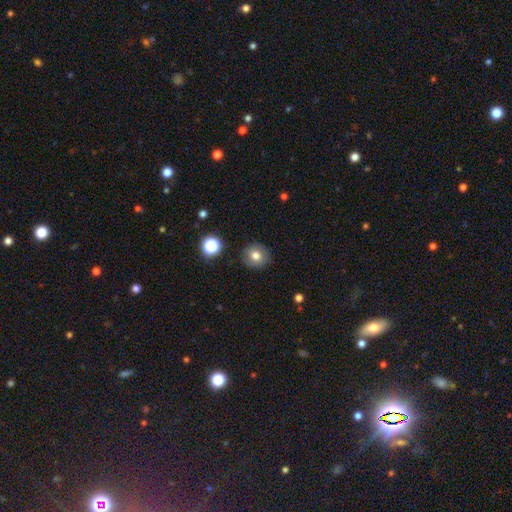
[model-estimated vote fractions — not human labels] Smooth or featured? smooth (77%)
How rounded? round (91%)
Merging? none (89%)